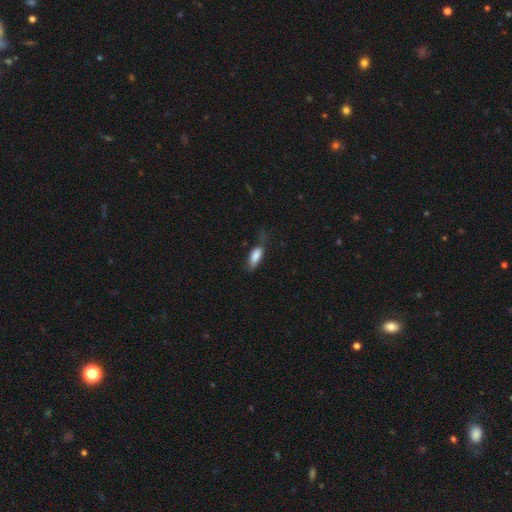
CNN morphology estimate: Smooth or featured? Predicted: smooth (p=0.82). How rounded? Predicted: in between (p=0.75). Merging? Predicted: none (p=0.47).